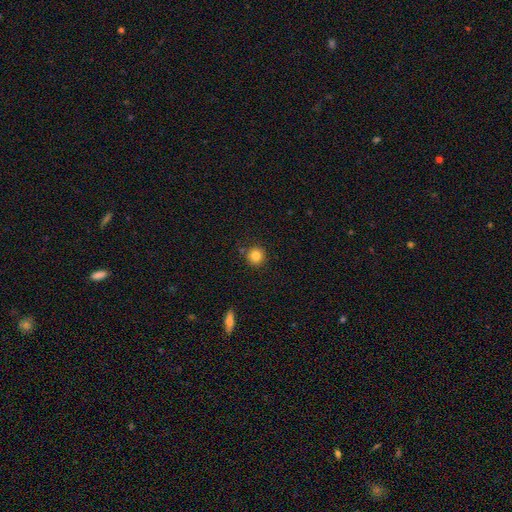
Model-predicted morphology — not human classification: smooth 83%, star or artifact 11%, featured or disk 6%. Down the decision tree: how rounded — round (92%); merging — none (86%).